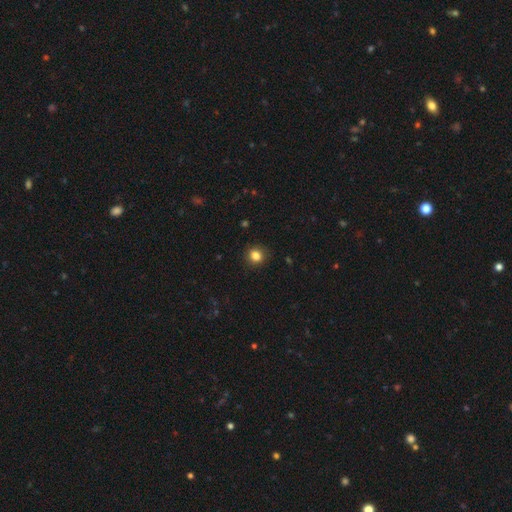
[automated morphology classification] The model was most divided on "how rounded": round: 83%, in between: 16%, cigar-shaped: 1%. More confident: merging — none (88%); smooth or featured — smooth (83%).